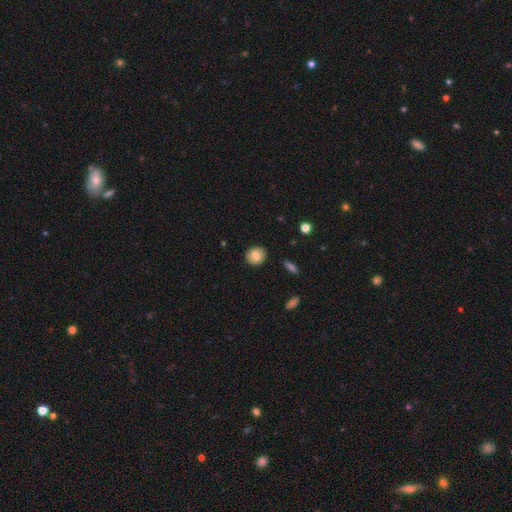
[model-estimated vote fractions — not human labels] The model was most divided on "smooth or featured": smooth: 75%, featured or disk: 17%, star or artifact: 8%. More confident: merging — none (89%); how rounded — round (80%).